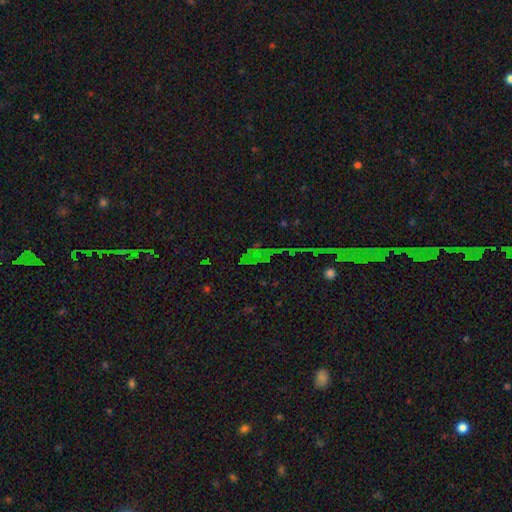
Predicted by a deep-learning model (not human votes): Overall: star or artifact (72%).